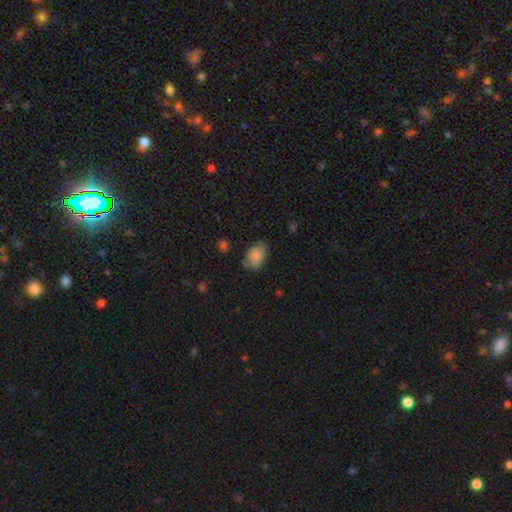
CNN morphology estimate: Smooth or featured? smooth (82%)
How rounded? in between (78%)
Merging? none (60%)